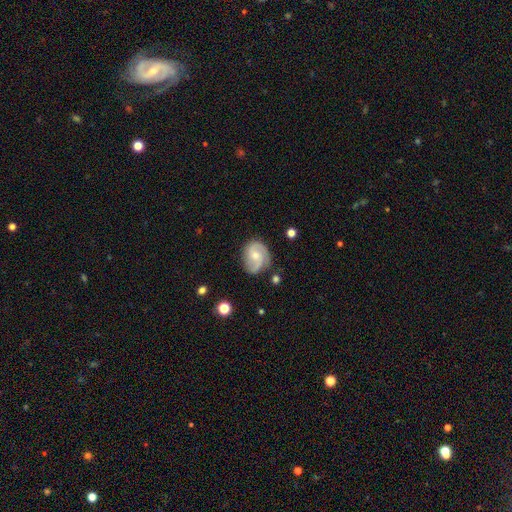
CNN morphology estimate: smooth-or-featured: featured or disk: 76% | smooth: 18% | star or artifact: 6%
  disk-edge-on: no: 98% | yes: 2%
    bar: no: 56% | weak: 38% | strong: 6%
    has-spiral-arms: yes: 95% | no: 5%
      spiral-winding: medium: 48% | tight: 32% | loose: 20%
      spiral-arm-count: 2: 74% | can't tell: 10% | 3: 9% | 1: 5% | 4: 2% | more than 4: 2%
    bulge-size: small: 48% | moderate: 45% | none: 4% | large: 2% | dominant: 1%
  merging: none: 69% | minor disturbance: 22% | major disturbance: 7% | merger: 3%